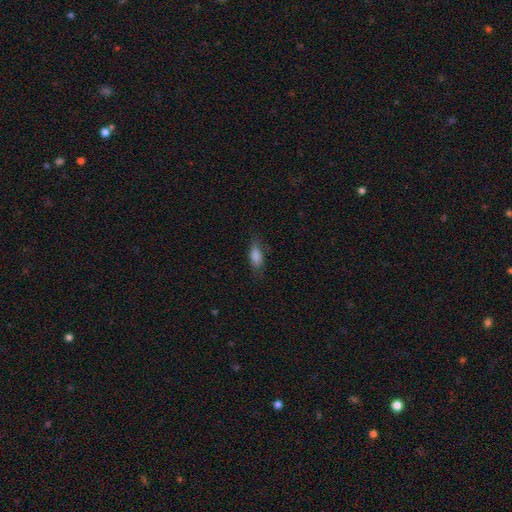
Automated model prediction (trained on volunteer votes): A smooth galaxy with no disk features (83%) that is in between round and cigar-shaped (79%).

Vote fractions:
- Smooth or featured? smooth: 83% / featured or disk: 9% / star or artifact: 8%
- How rounded? in between: 79% / cigar-shaped: 18% / round: 3%
- Merging? none: 75% / minor disturbance: 18% / major disturbance: 5% / merger: 1%